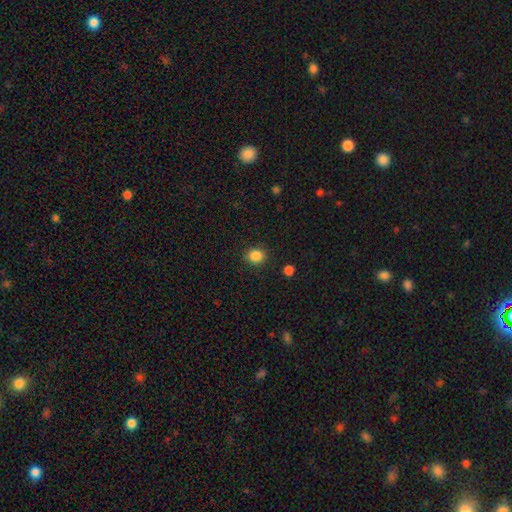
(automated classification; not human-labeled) Q: Smooth or featured?
A: smooth (86%); runner-up: star or artifact (11%)
Q: How rounded?
A: round (80%); runner-up: in between (19%)
Q: Merging?
A: none (88%); runner-up: minor disturbance (8%)